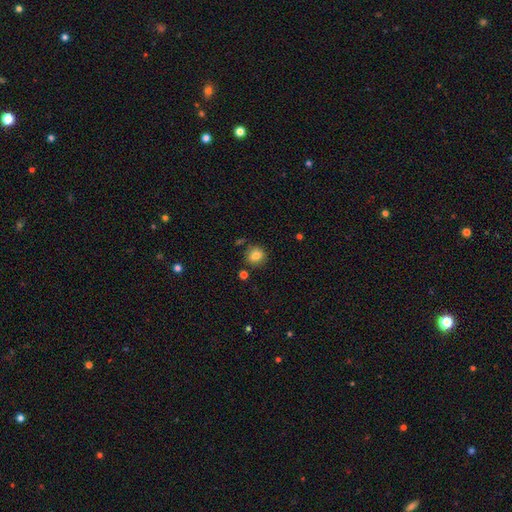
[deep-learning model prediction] Q: Smooth or featured?
A: smooth (82%); runner-up: star or artifact (10%)
Q: How rounded?
A: round (82%); runner-up: in between (17%)
Q: Merging?
A: none (81%); runner-up: minor disturbance (11%)